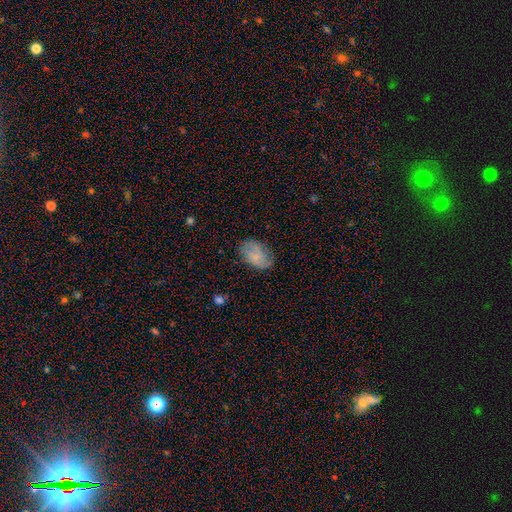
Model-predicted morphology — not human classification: A smooth galaxy with no disk features (67%) that is in between round and cigar-shaped (88%).

Vote fractions:
- Smooth or featured? smooth: 67% / featured or disk: 25% / star or artifact: 8%
- How rounded? in between: 88% / round: 10% / cigar-shaped: 1%
- Merging? none: 70% / minor disturbance: 22% / major disturbance: 6% / merger: 1%